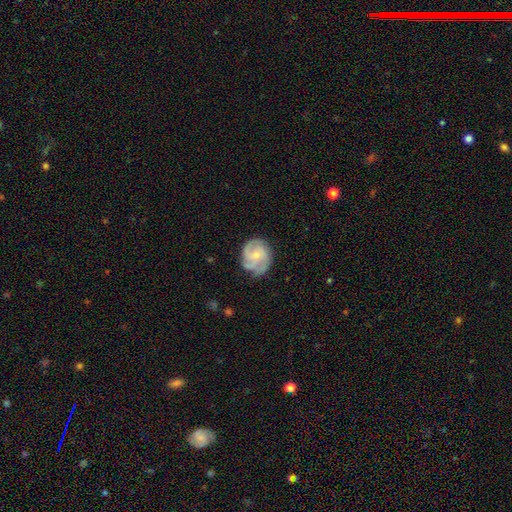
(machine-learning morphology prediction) Smooth or featured? featured or disk (77%)
Edge-on disk? no (98%)
Bar? no (60%)
Spiral arms? yes (94%)
Spiral winding? medium (46%)
Spiral arm count? 3 (45%)
Bulge size? small (62%)
Merging? none (67%)